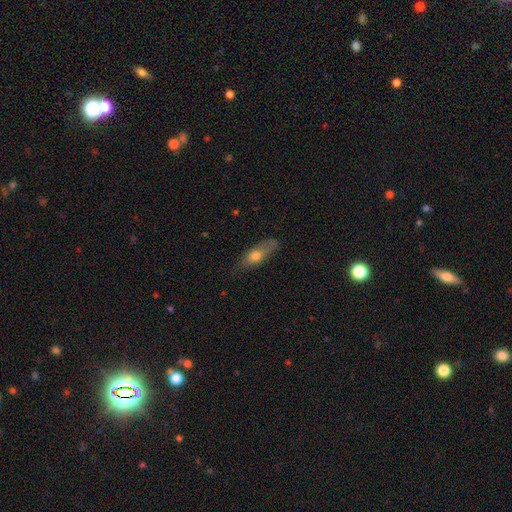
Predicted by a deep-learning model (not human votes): This is likely a smooth galaxy (65%). How rounded: likely in between (60%). Merging: likely none (64%).